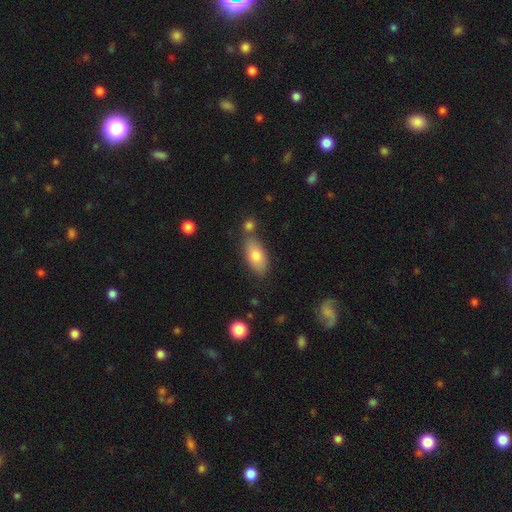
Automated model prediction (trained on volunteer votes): smooth 75%, featured or disk 18%, star or artifact 7%. Down the decision tree: how rounded — in between (89%); merging — none (70%).